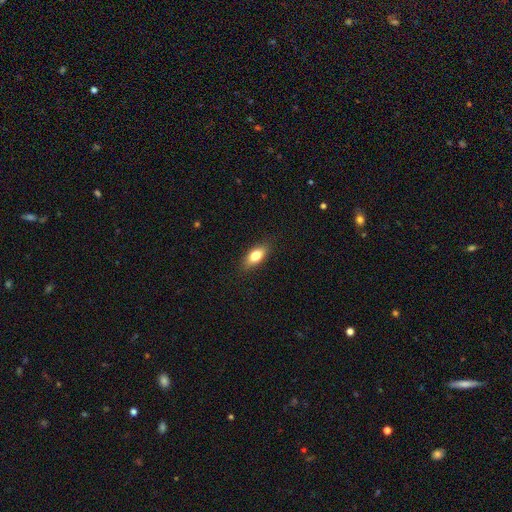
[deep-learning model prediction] This is likely a smooth galaxy (76%). How rounded: clearly in between (80%). Merging: clearly none (86%).